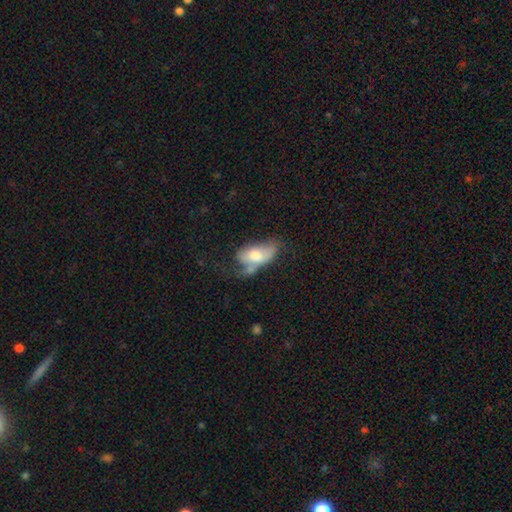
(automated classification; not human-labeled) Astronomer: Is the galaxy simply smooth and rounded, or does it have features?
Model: smooth — 57% (runner-up: featured or disk, 36%).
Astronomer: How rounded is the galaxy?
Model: in between — 91%.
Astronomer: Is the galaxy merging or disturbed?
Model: major disturbance — 30% (runner-up: minor disturbance, 28%).